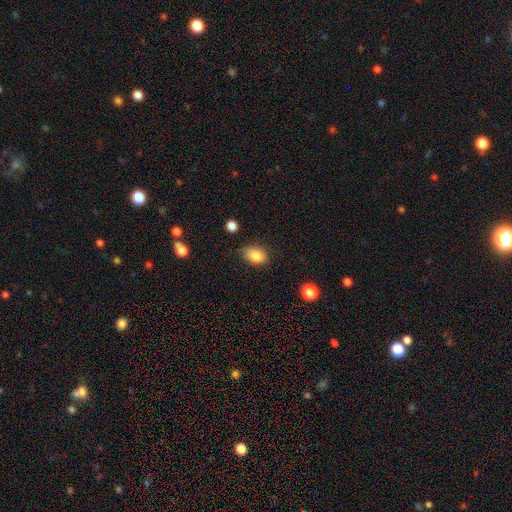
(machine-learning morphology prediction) Smooth or featured? Predicted: smooth (p=0.84). How rounded? Predicted: in between (p=0.80). Merging? Predicted: none (p=0.71).